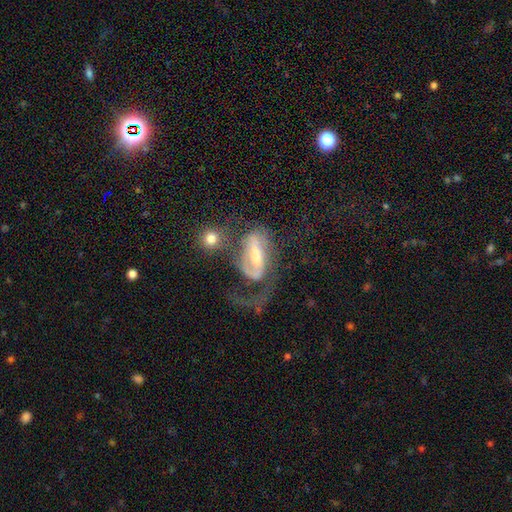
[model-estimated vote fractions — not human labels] Smooth or featured?
  - featured or disk: 76% *
  - smooth: 18%
  - star or artifact: 6%
Edge-on disk?
  - no: 91% *
  - yes: 9%
Bar?
  - strong: 40% *
  - weak: 38%
  - no: 22%
Spiral arms?
  - yes: 84% *
  - no: 16%
Spiral winding?
  - medium: 38% *
  - loose: 37%
  - tight: 25%
Spiral arm count?
  - 2: 43% *
  - 1: 40%
  - can't tell: 12%
  - 3: 2%
  - 4: 1%
  - more than 4: 1%
Bulge size?
  - moderate: 51% *
  - small: 39%
  - large: 6%
  - none: 2%
  - dominant: 1%
Merging?
  - major disturbance: 48% *
  - none: 26%
  - minor disturbance: 14%
  - merger: 12%